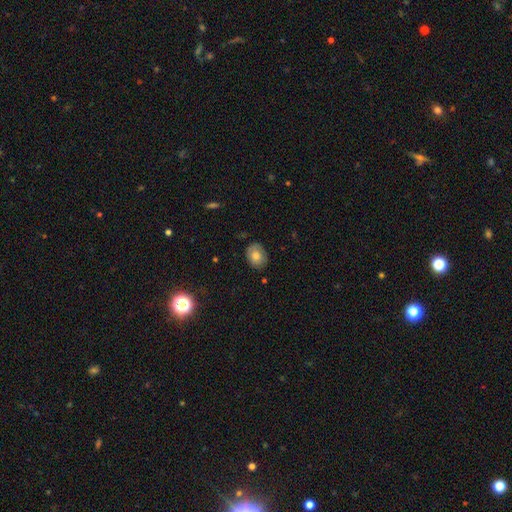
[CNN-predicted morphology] smooth 76%, featured or disk 15%, star or artifact 9%. Down the decision tree: how rounded — in between (61%); merging — none (81%).